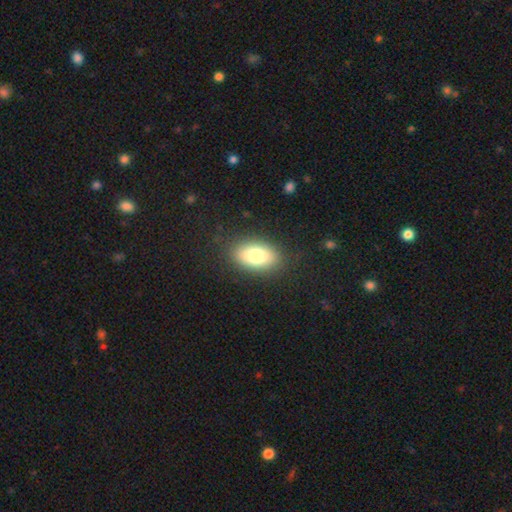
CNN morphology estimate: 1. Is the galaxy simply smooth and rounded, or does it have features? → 78% smooth, 13% featured or disk, 8% star or artifact.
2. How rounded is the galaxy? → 90% in between, 8% round, 2% cigar-shaped.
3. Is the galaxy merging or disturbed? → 85% none, 10% minor disturbance, 4% major disturbance, 1% merger.